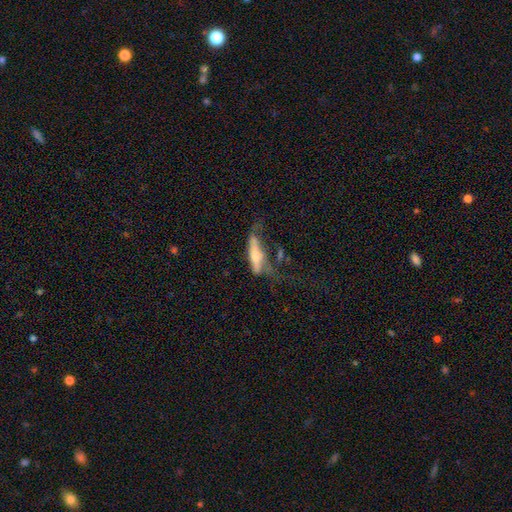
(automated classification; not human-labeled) Q: Smooth or featured?
A: smooth (54%); runner-up: featured or disk (37%)
Q: How rounded?
A: cigar-shaped (65%); runner-up: in between (32%)
Q: Merging?
A: major disturbance (38%); runner-up: none (27%)